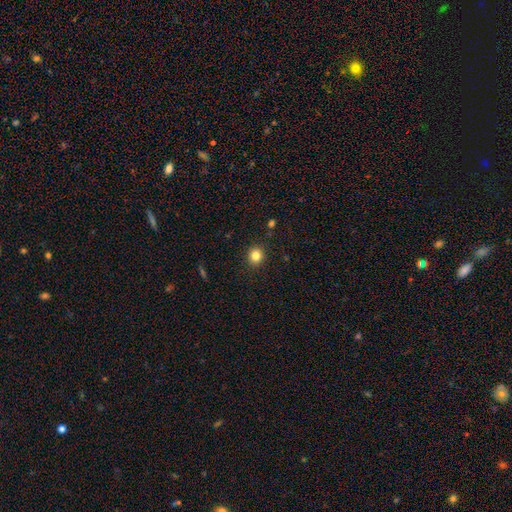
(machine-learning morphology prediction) type=smooth (82%); roundness=round (84%); merging=none (91%).